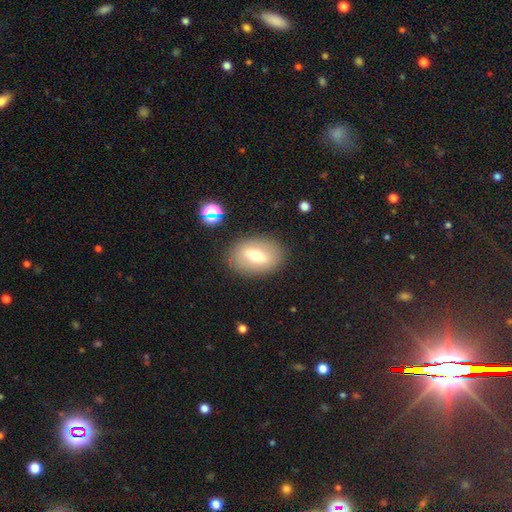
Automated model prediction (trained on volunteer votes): Smooth or featured?
  - smooth: 53% *
  - featured or disk: 37%
  - star or artifact: 10%
How rounded?
  - in between: 82% *
  - round: 14%
  - cigar-shaped: 3%
Merging?
  - none: 84% *
  - minor disturbance: 10%
  - major disturbance: 4%
  - merger: 2%